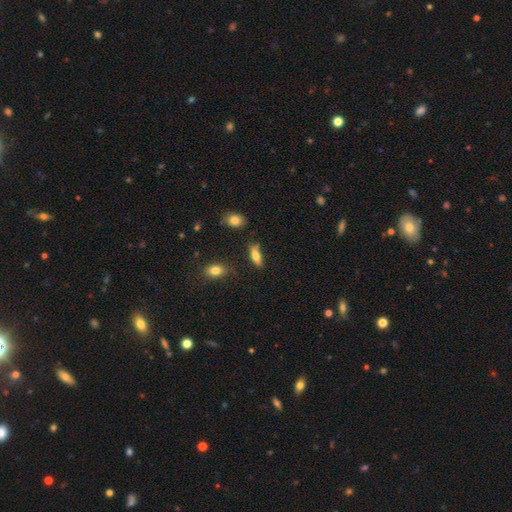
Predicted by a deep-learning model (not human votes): Smooth or featured?
  - smooth: 71% *
  - featured or disk: 21%
  - star or artifact: 8%
How rounded?
  - in between: 66% *
  - cigar-shaped: 30%
  - round: 4%
Merging?
  - none: 66% *
  - minor disturbance: 22%
  - major disturbance: 7%
  - merger: 6%